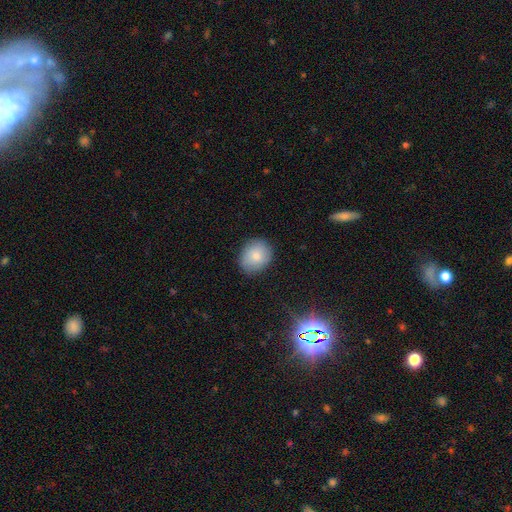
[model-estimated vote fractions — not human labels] Smooth or featured? smooth (81%)
How rounded? round (63%)
Merging? none (85%)